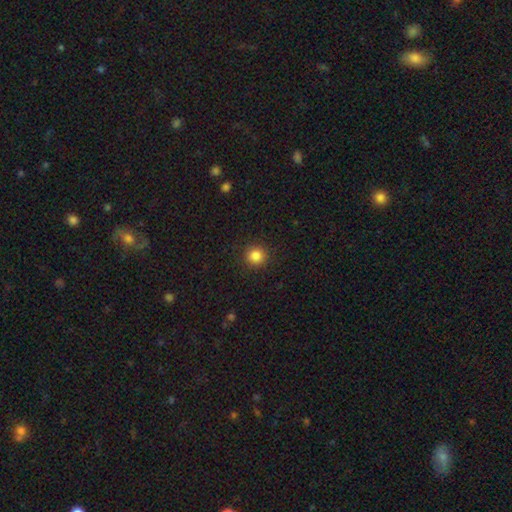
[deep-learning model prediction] Overall: smooth (85%). How rounded: round (94%). Merging: none (91%).